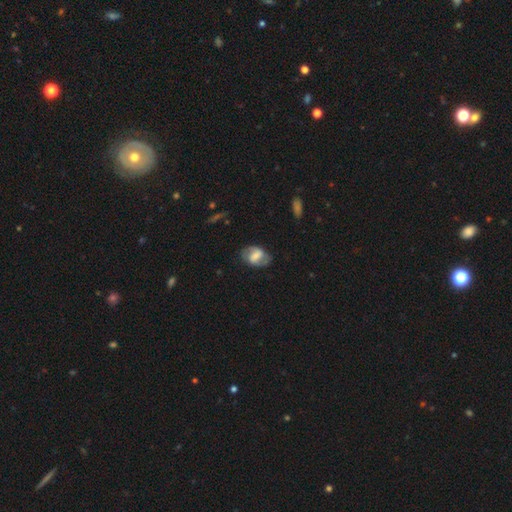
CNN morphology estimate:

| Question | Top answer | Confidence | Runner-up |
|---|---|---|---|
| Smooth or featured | featured or disk | 56% | smooth (37%) |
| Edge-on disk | no | 95% | yes (5%) |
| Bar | weak | 43% | strong (38%) |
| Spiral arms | yes | 74% | no (26%) |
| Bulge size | moderate | 36% | small (28%) |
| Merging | none | 73% | minor disturbance (19%) |